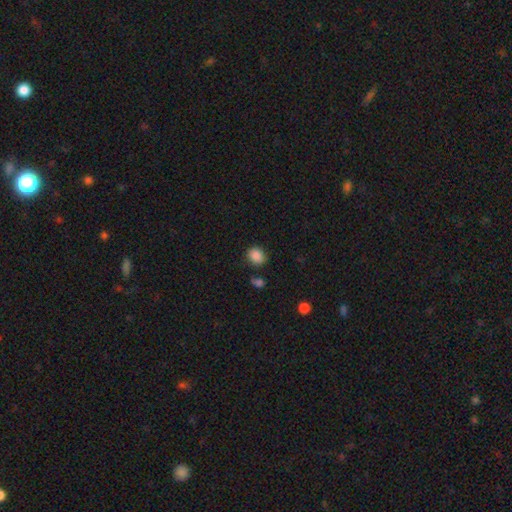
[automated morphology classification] smooth 86%, star or artifact 10%, featured or disk 4%. Down the decision tree: how rounded — round (72%); merging — none (77%).